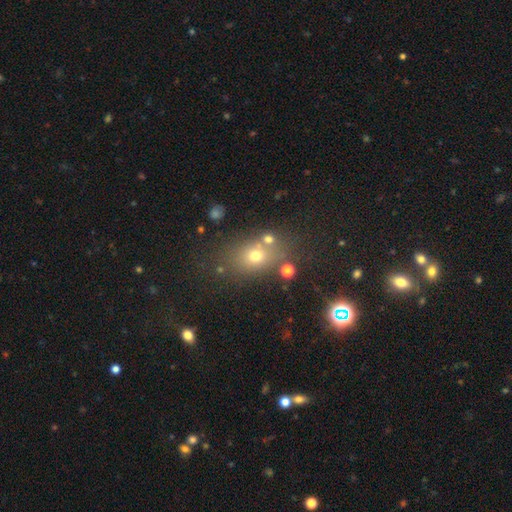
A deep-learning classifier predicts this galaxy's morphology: smooth 64%, star or artifact 20%, featured or disk 16%. Down the decision tree: how rounded — in between (56%); merging — none (67%).